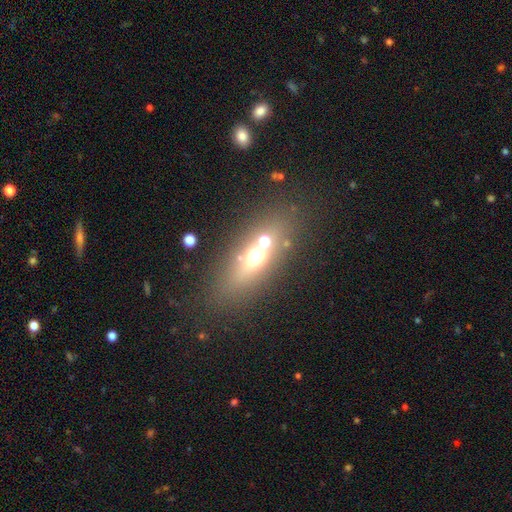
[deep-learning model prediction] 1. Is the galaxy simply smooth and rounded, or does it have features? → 51% smooth, 31% featured or disk, 19% star or artifact.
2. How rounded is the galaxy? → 61% in between, 20% round, 19% cigar-shaped.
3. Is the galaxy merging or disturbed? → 60% none, 23% merger, 10% minor disturbance, 7% major disturbance.